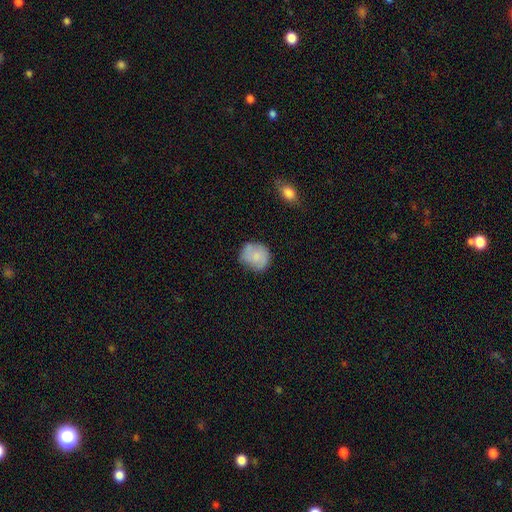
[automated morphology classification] The model was most divided on "merging": none: 60%, minor disturbance: 27%, major disturbance: 8%, merger: 5%. More confident: how rounded — round (81%); smooth or featured — smooth (72%).